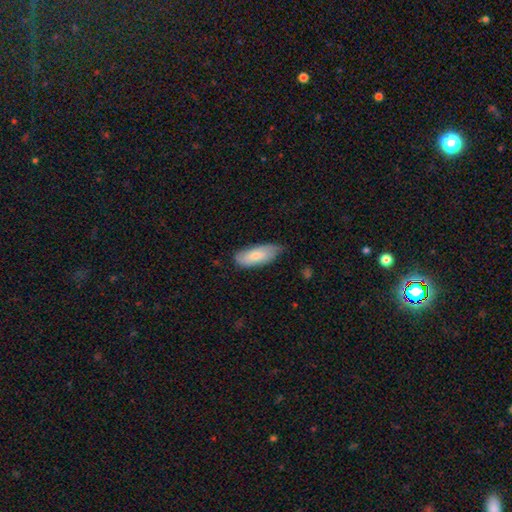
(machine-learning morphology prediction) type=smooth (73%); roundness=in between (83%); merging=none (62%).